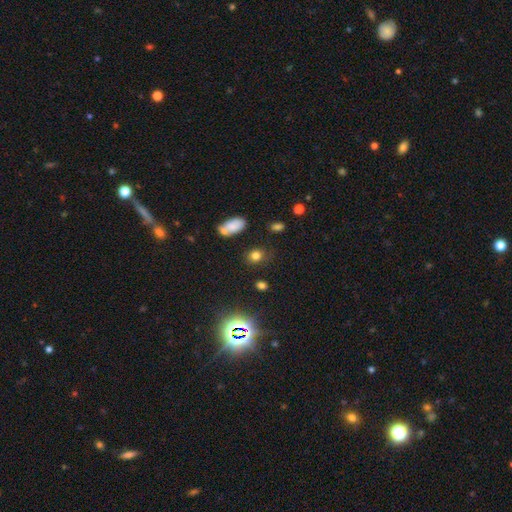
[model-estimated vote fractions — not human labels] Morphology: type=smooth (74%); roundness=round (59%); merging=none (75%).